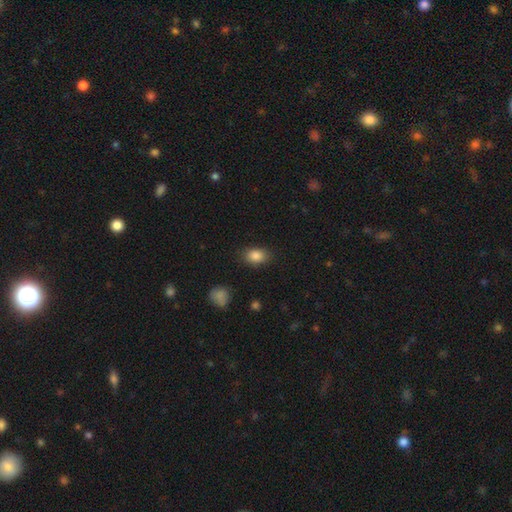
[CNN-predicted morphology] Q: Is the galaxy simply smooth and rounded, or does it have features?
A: smooth — 85%.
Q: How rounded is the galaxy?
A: in between — 79%.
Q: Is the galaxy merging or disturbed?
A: none — 84%.